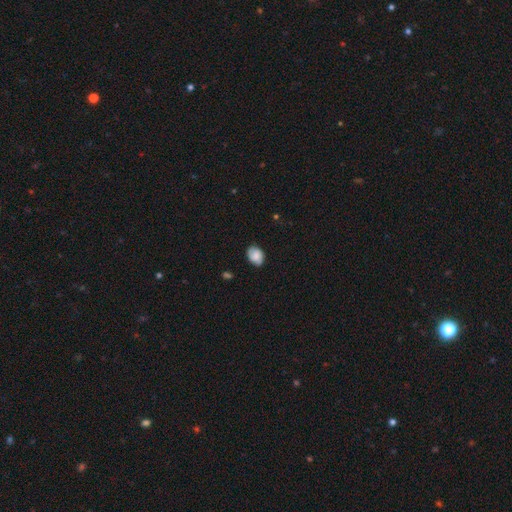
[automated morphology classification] Smooth or featured?
  - smooth: 79% *
  - featured or disk: 13%
  - star or artifact: 8%
How rounded?
  - in between: 71% *
  - round: 28%
  - cigar-shaped: 1%
Merging?
  - none: 79% *
  - minor disturbance: 16%
  - major disturbance: 3%
  - merger: 1%